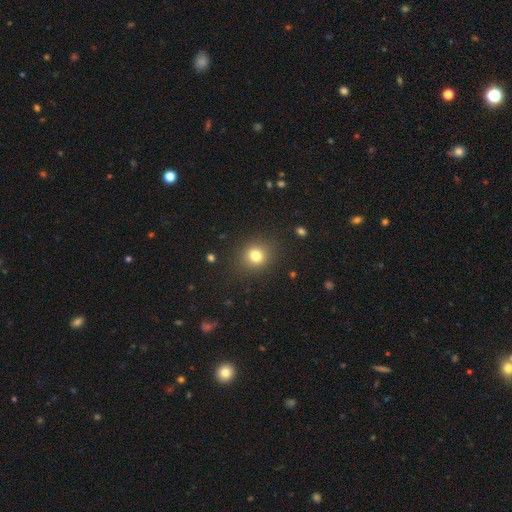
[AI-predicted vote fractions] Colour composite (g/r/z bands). It shows a smooth galaxy with no disk features (79%) that is round (80%). Merging: none (88%).